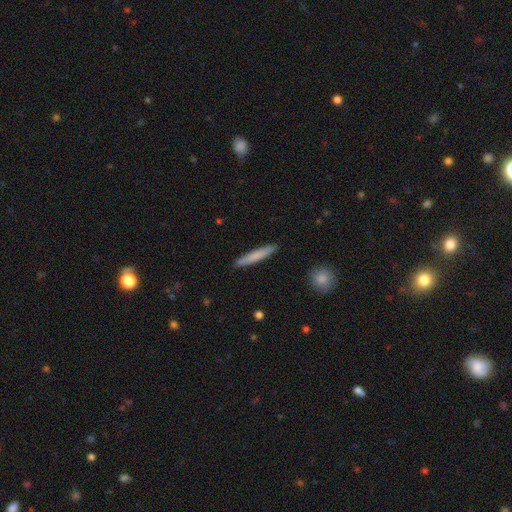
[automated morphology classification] Smooth or featured? Predicted: smooth (p=0.75). How rounded? Predicted: cigar-shaped (p=0.95). Merging? Predicted: none (p=0.91).